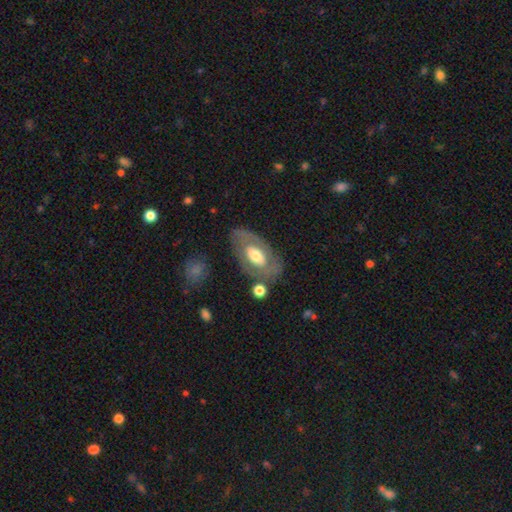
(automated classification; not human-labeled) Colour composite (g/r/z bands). It shows a featured or disk galaxy (55%). Merging: none (70%).